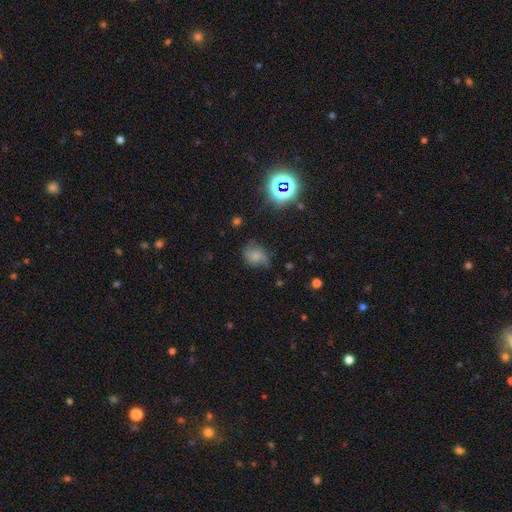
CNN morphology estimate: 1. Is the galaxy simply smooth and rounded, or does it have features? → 65% smooth, 17% featured or disk, 17% star or artifact.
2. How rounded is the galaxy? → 50% round, 49% in between, 1% cigar-shaped.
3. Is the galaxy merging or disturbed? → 52% none, 33% minor disturbance, 13% major disturbance, 2% merger.